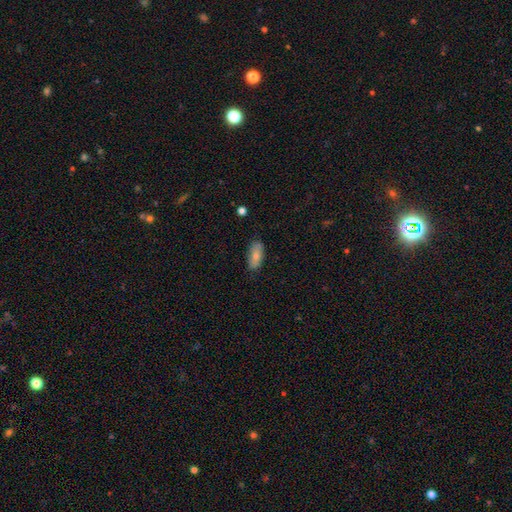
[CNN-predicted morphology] A smooth galaxy with no disk features (81%) that is in between round and cigar-shaped (84%).

Vote fractions:
- Smooth or featured? smooth: 81% / featured or disk: 12% / star or artifact: 7%
- How rounded? in between: 84% / cigar-shaped: 13% / round: 2%
- Merging? none: 78% / minor disturbance: 17% / major disturbance: 3% / merger: 2%